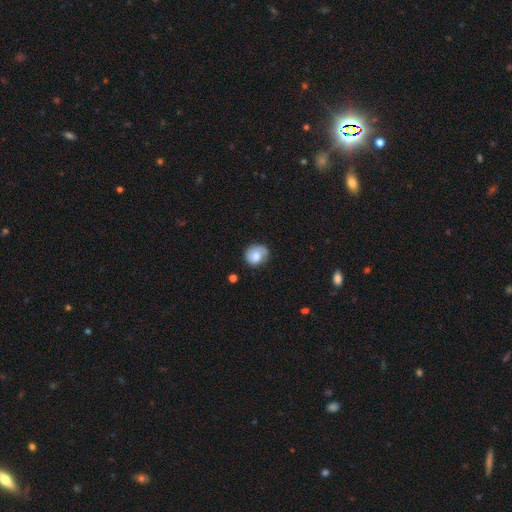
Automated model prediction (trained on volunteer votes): smooth_or_featured: smooth (p=0.71) [alt: featured or disk p=0.21]
how_rounded: round (p=0.69) [alt: in between p=0.30]
merging: none (p=0.60) [alt: minor disturbance p=0.29]